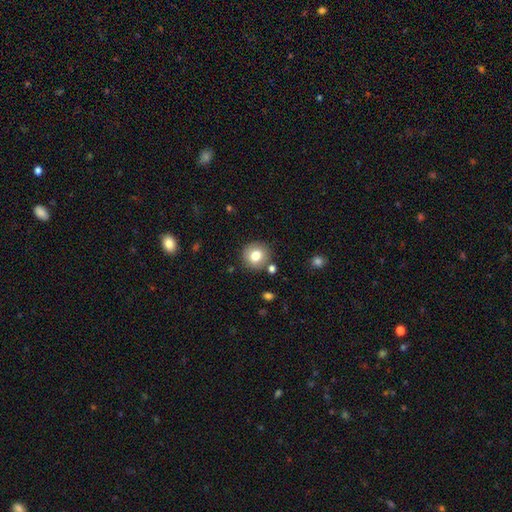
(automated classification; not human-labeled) Overall: smooth (79%). How rounded: round (90%). Merging: none (84%).